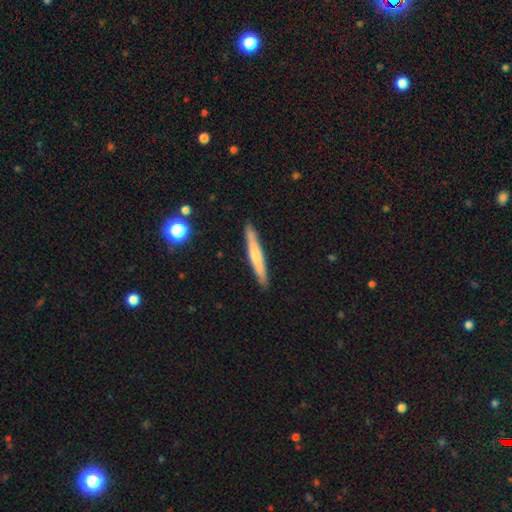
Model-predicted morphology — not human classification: smooth_or_featured: smooth (p=0.56) [alt: featured or disk p=0.38]
how_rounded: cigar-shaped (p=0.95) [alt: in between p=0.04]
merging: none (p=0.89) [alt: minor disturbance p=0.08]